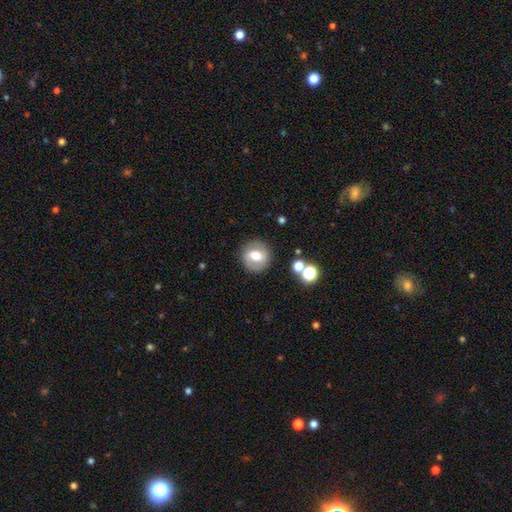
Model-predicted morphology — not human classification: This is possibly a smooth galaxy (49%). Merging: clearly none (85%).